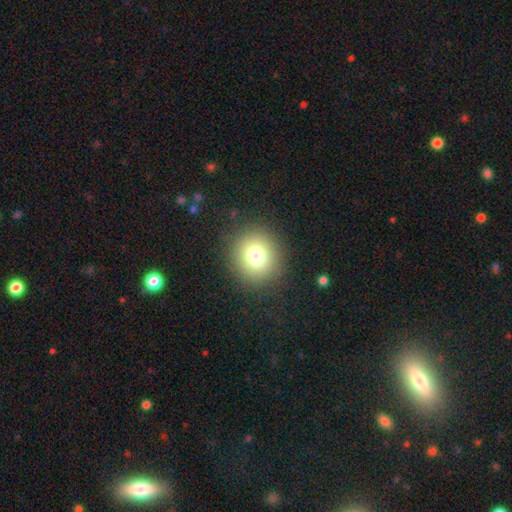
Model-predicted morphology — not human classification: Smooth or featured? smooth (76%)
How rounded? round (88%)
Merging? none (89%)